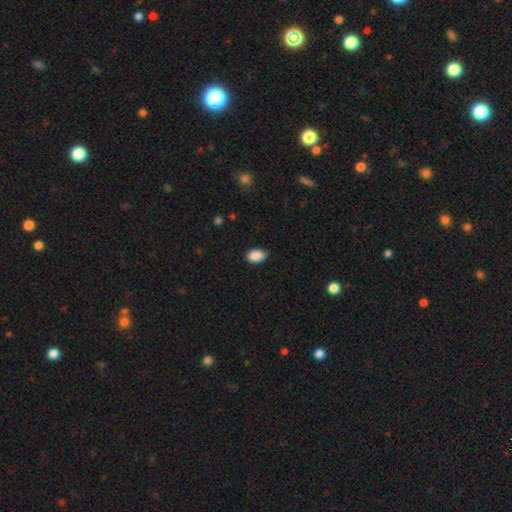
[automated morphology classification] smooth 90%, star or artifact 8%, featured or disk 3%. Down the decision tree: how rounded — in between (88%); merging — none (85%).